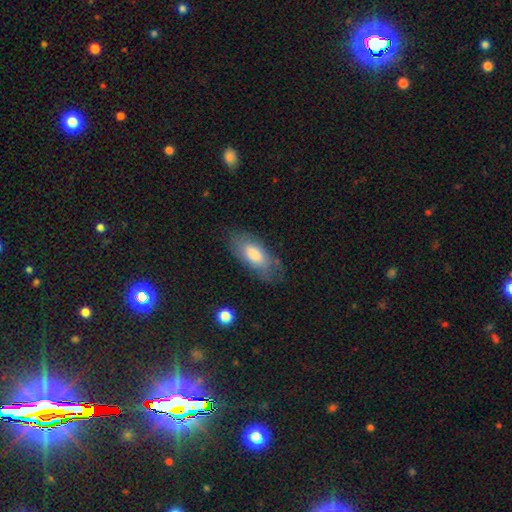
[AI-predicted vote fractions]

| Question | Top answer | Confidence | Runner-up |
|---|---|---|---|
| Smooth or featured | smooth | 76% | featured or disk (18%) |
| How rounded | in between | 88% | cigar-shaped (9%) |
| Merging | none | 70% | minor disturbance (20%) |